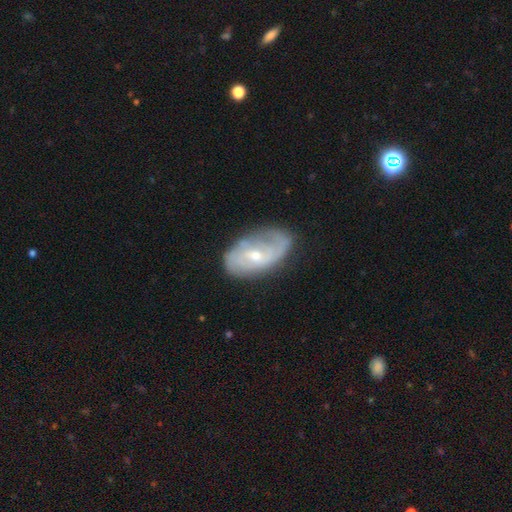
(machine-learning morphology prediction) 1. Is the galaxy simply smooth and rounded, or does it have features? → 73% featured or disk, 21% smooth, 6% star or artifact.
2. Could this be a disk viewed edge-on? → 95% no, 5% yes.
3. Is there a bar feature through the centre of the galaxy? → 52% no, 40% weak, 8% strong.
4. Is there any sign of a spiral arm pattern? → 85% yes, 15% no.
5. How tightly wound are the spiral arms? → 41% tight, 38% medium, 22% loose.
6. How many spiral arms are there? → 44% 2, 33% can't tell, 11% 1, 7% 3, 3% 4, 2% more than 4.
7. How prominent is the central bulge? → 60% small, 37% moderate, 1% large, 1% none, 1% dominant.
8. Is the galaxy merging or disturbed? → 63% none, 25% minor disturbance, 10% major disturbance, 2% merger.